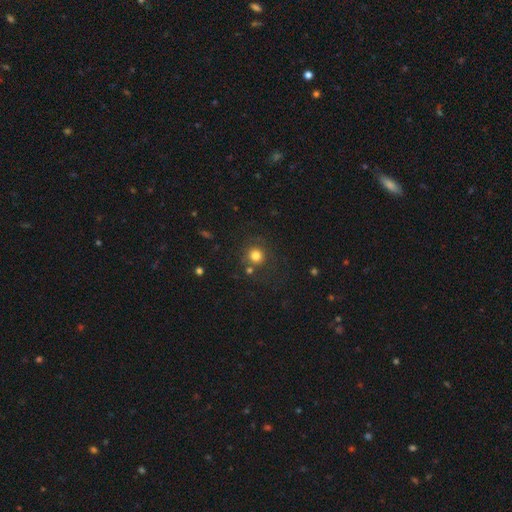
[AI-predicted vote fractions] smooth-or-featured: smooth: 79% | star or artifact: 13% | featured or disk: 8%
  how-rounded: round: 92% | in between: 8% | cigar-shaped: 1%
  merging: none: 76% | minor disturbance: 11% | merger: 8% | major disturbance: 6%